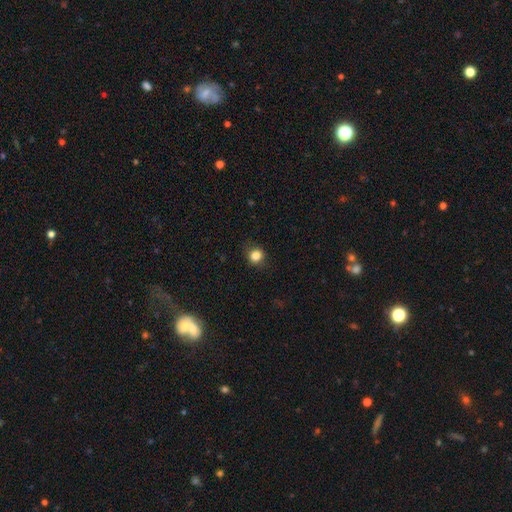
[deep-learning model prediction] smooth_or_featured: smooth (p=0.83) [alt: star or artifact p=0.12]
how_rounded: round (p=0.87) [alt: in between p=0.12]
merging: none (p=0.86) [alt: minor disturbance p=0.10]